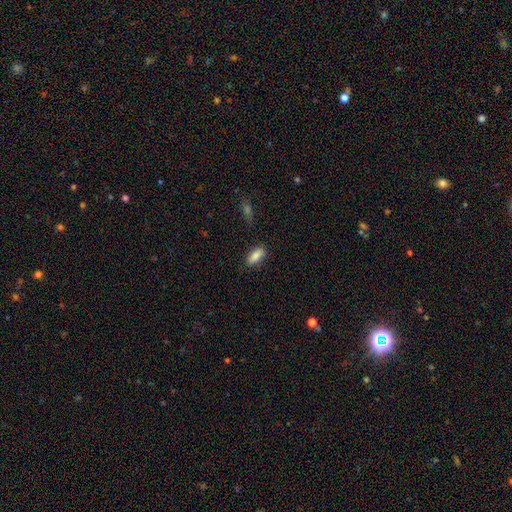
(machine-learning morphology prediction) Smooth or featured: smooth — 86% (star or artifact — 7%)
How rounded: in between — 79% (cigar-shaped — 19%)
Merging: none — 84% (minor disturbance — 11%)